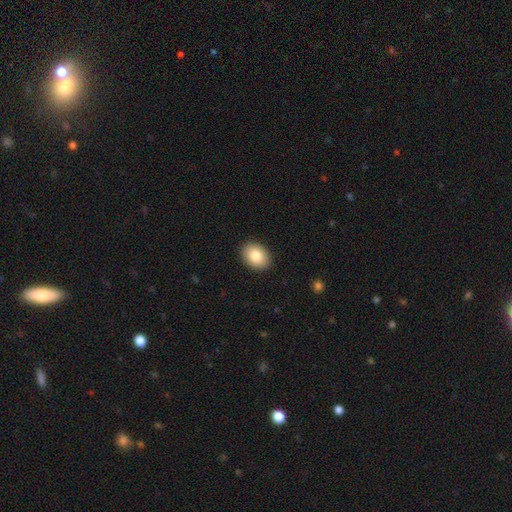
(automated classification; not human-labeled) smooth_or_featured: smooth (p=0.84) [alt: featured or disk p=0.09]
how_rounded: in between (p=0.76) [alt: round p=0.23]
merging: none (p=0.91) [alt: minor disturbance p=0.07]